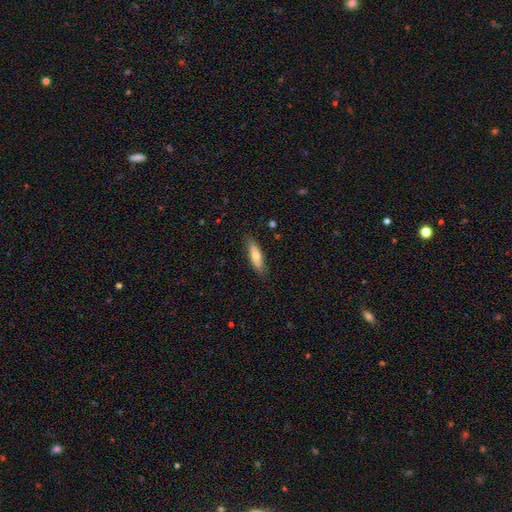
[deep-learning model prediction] Smooth or featured? smooth (67%)
How rounded? cigar-shaped (57%)
Merging? none (84%)